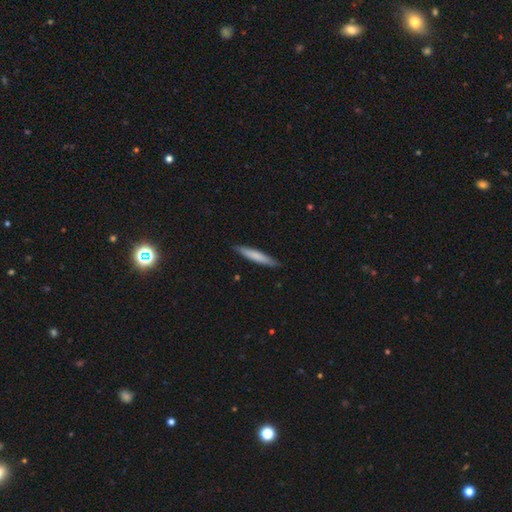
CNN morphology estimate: A smooth galaxy with no disk features (72%) that is cigar-shaped (93%). Merging: none (89%).